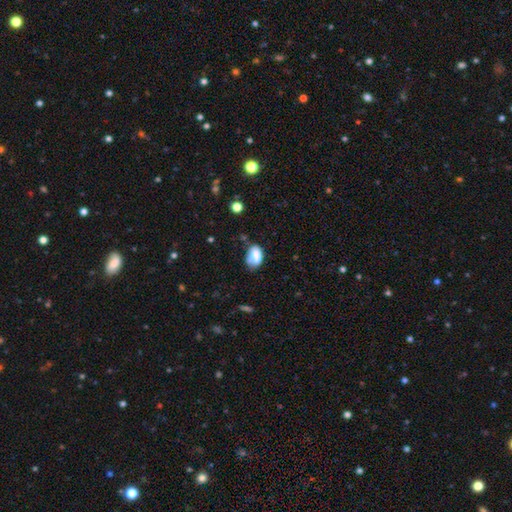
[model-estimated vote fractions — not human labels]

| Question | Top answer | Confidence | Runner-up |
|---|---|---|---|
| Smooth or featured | smooth | 73% | featured or disk (18%) |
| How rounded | in between | 85% | round (13%) |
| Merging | none | 40% | minor disturbance (29%) |